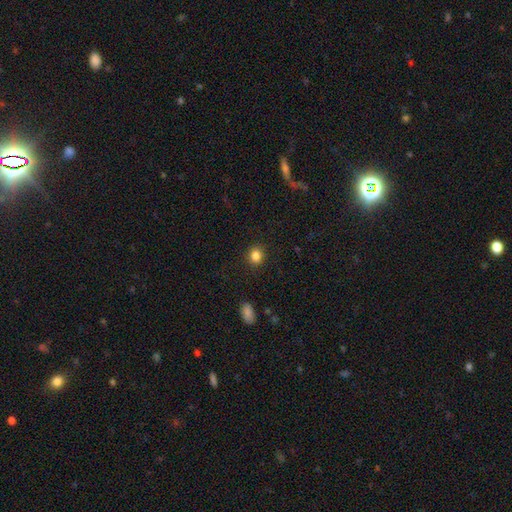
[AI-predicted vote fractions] Smooth or featured: smooth — 85% (star or artifact — 11%)
How rounded: round — 70% (in between — 29%)
Merging: none — 89% (minor disturbance — 8%)